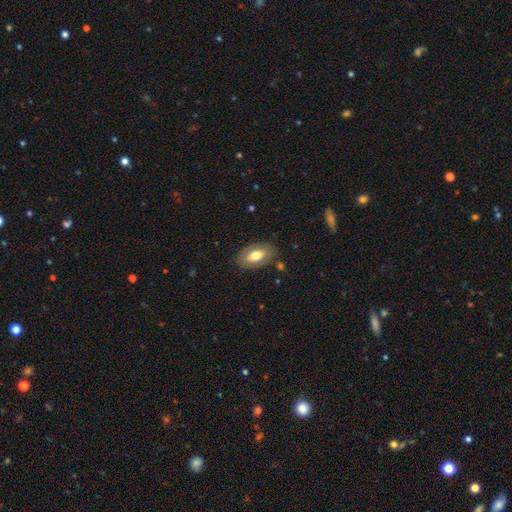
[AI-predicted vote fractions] A smooth galaxy with no disk features (67%) that is in between round and cigar-shaped (92%).

Vote fractions:
- Smooth or featured? smooth: 67% / featured or disk: 26% / star or artifact: 7%
- How rounded? in between: 92% / round: 5% / cigar-shaped: 2%
- Merging? none: 83% / minor disturbance: 12% / major disturbance: 4% / merger: 2%